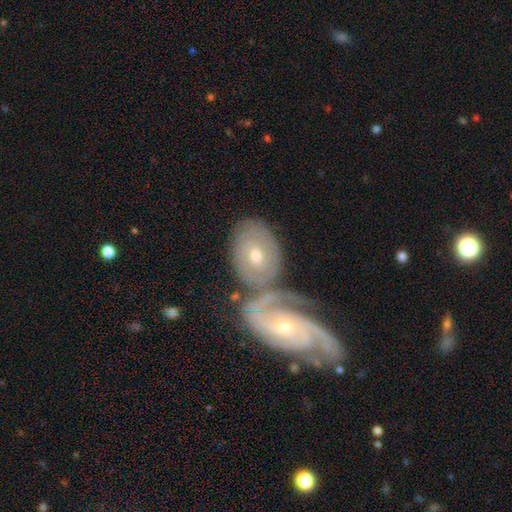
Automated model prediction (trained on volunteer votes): This is likely a featured or disk galaxy (72%). It is clearly not viewed edge-on (92%). Bar: likely no (68%). Spiral arm pattern: clearly yes (89%). Spiral arm count: marginally 2 (33%). Spiral winding: likely tight (67%). Central bulge: possibly moderate (49%). Merging: possibly merger (47%).